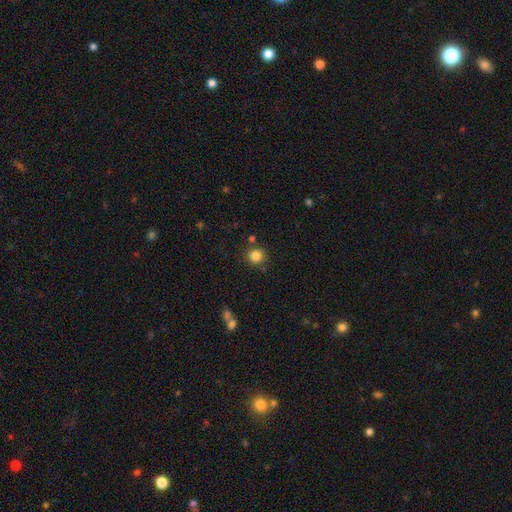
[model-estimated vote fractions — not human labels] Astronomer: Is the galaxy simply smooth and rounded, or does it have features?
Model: smooth — 83%.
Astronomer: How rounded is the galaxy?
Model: round — 92%.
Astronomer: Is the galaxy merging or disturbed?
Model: none — 84%.